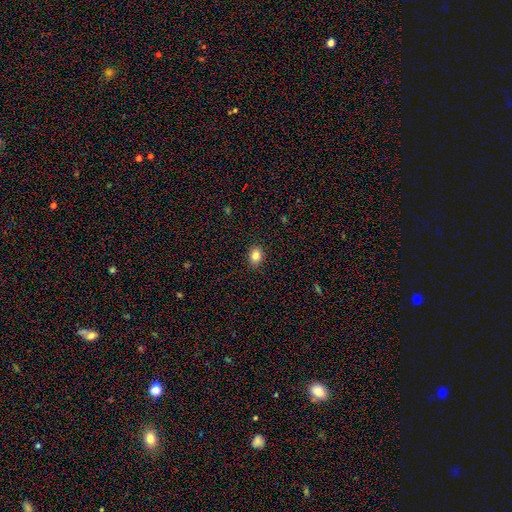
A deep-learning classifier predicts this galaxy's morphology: smooth-or-featured: smooth: 82% | star or artifact: 10% | featured or disk: 7%
  how-rounded: in between: 56% | round: 43% | cigar-shaped: 1%
  merging: none: 90% | minor disturbance: 7% | major disturbance: 2% | merger: 1%